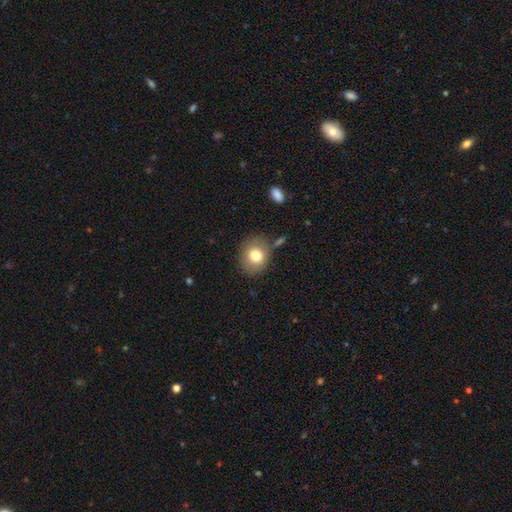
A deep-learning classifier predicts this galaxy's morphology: type=smooth (78%); roundness=round (67%); merging=none (77%).